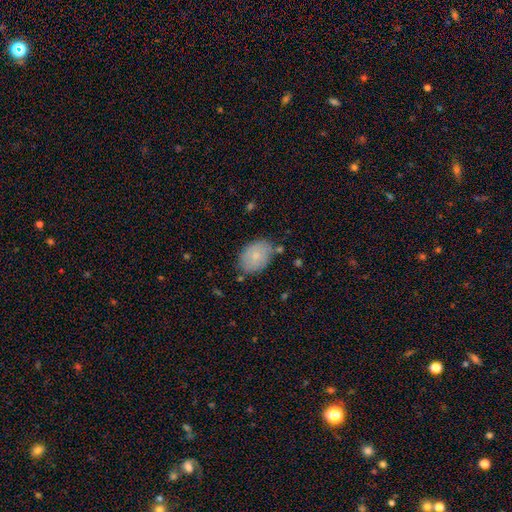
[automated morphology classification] Smooth or featured? smooth (75%)
How rounded? in between (81%)
Merging? none (75%)